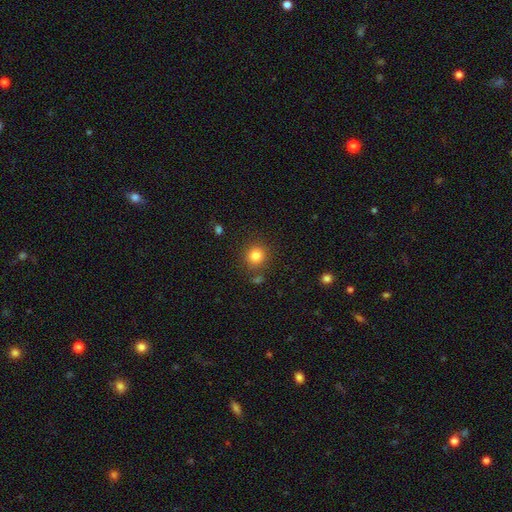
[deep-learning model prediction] This appears to be a smooth galaxy with no disk features (82%) that is round (91%). Merging: none (83%).